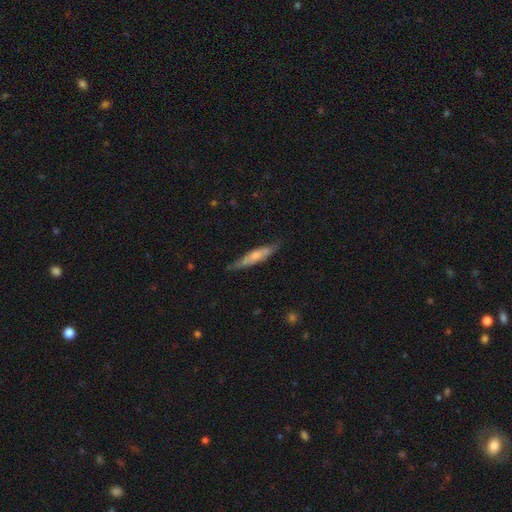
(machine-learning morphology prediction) Smooth or featured? Predicted: smooth (p=0.55). How rounded? Predicted: cigar-shaped (p=0.85). Merging? Predicted: none (p=0.74).